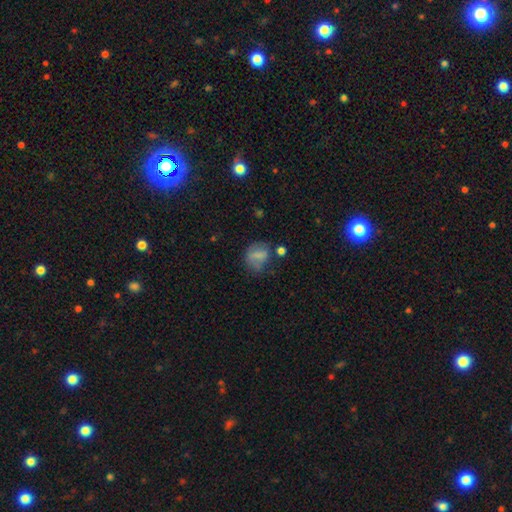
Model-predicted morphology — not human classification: A smooth galaxy with no disk features (61%) that is in between round and cigar-shaped (49%).

Vote fractions:
- Smooth or featured? smooth: 61% / featured or disk: 24% / star or artifact: 16%
- How rounded? in between: 49% / round: 48% / cigar-shaped: 3%
- Merging? none: 52% / minor disturbance: 26% / major disturbance: 16% / merger: 6%